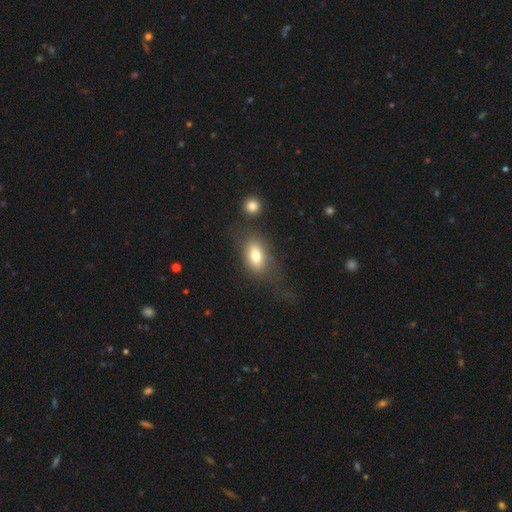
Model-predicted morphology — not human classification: Smooth or featured?
  - smooth: 75% *
  - featured or disk: 17%
  - star or artifact: 8%
How rounded?
  - in between: 87% *
  - round: 9%
  - cigar-shaped: 4%
Merging?
  - none: 57% *
  - minor disturbance: 19%
  - major disturbance: 16%
  - merger: 8%